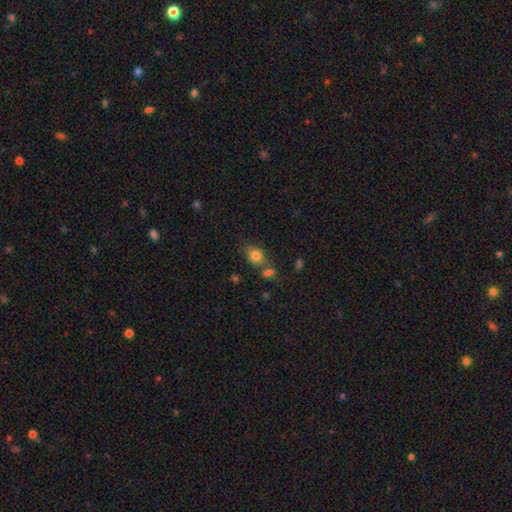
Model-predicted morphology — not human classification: Smooth or featured? smooth (82%)
How rounded? round (53%)
Merging? none (58%)